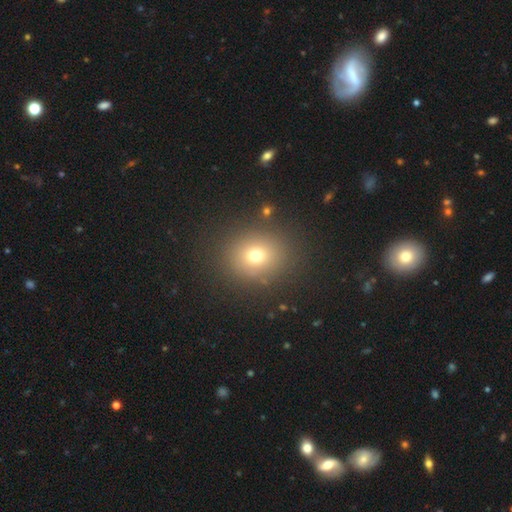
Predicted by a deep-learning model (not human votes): The model was most divided on "how rounded": round: 72%, in between: 27%, cigar-shaped: 1%. More confident: merging — none (85%); smooth or featured — smooth (73%).